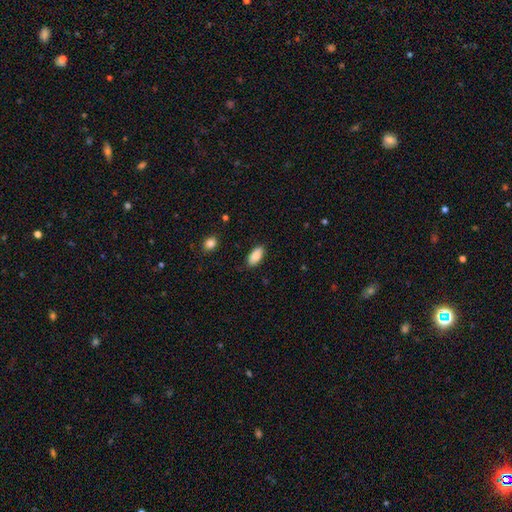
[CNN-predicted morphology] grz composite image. It shows a smooth galaxy with no disk features (84%) that is in between round and cigar-shaped (90%). Merging: none (85%).